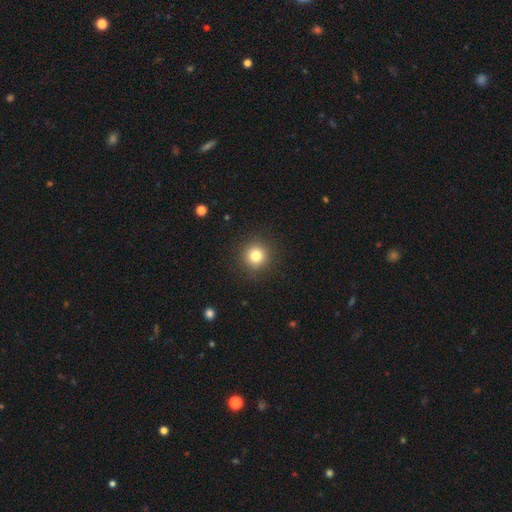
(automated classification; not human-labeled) Smooth or featured? smooth (81%)
How rounded? round (95%)
Merging? none (91%)